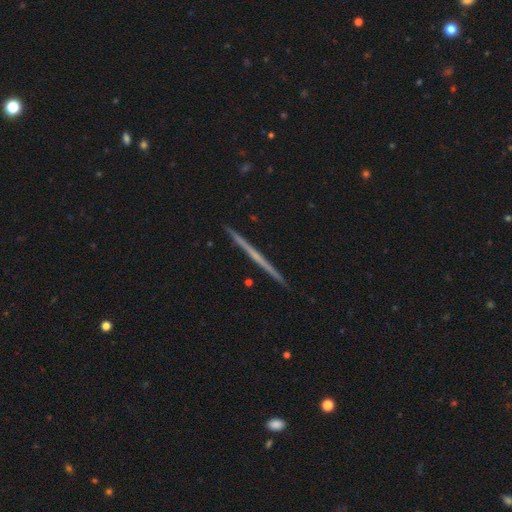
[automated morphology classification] Overall: featured or disk (65%; smooth 30%). Edge-on disk: yes (98%). Edge-on bulge: none (85%). Merging: none (93%).